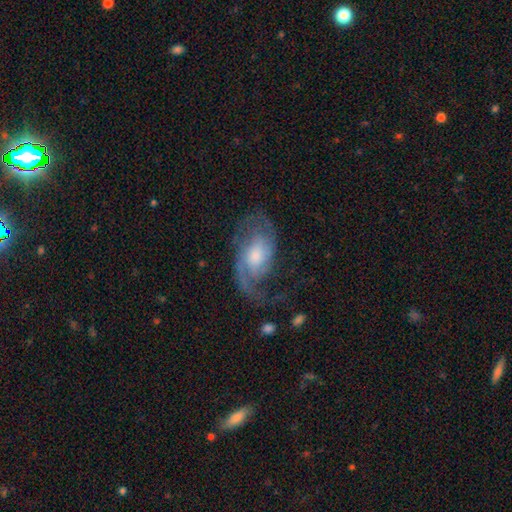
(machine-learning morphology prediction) featured or disk 83%, smooth 12%, star or artifact 6%. Down the decision tree: edge-on disk — no (96%); bar — no (61%); spiral arms — yes (95%); spiral arm count — 2 (63%); spiral winding — medium (44%); bulge size — moderate (48%); merging — none (54%).